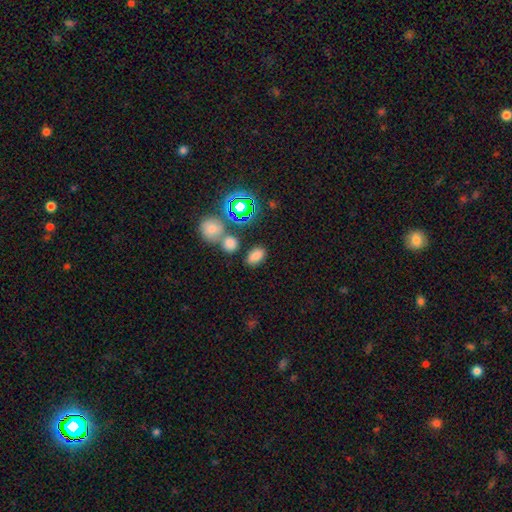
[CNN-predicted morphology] type=smooth (77%); roundness=in between (86%); merging=none (76%).